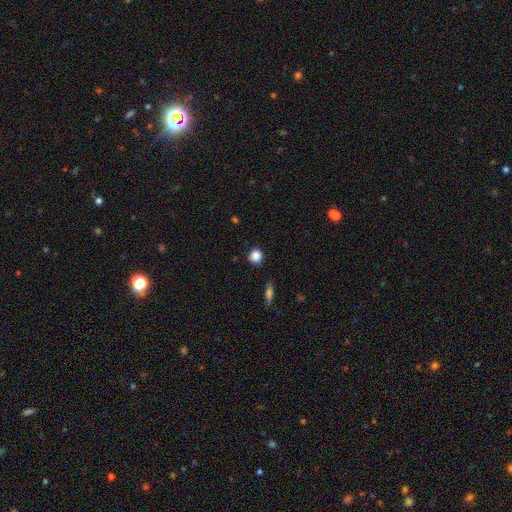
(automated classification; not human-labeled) smooth 86%, star or artifact 10%, featured or disk 4%. Down the decision tree: how rounded — round (89%); merging — none (85%).